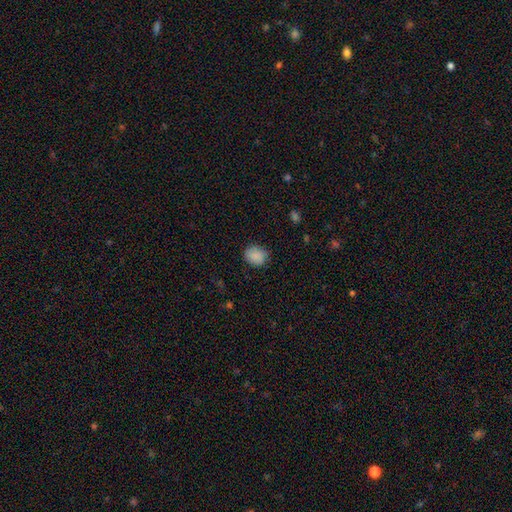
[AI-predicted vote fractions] smooth 87%, star or artifact 8%, featured or disk 5%. Down the decision tree: how rounded — round (59%); merging — none (78%).